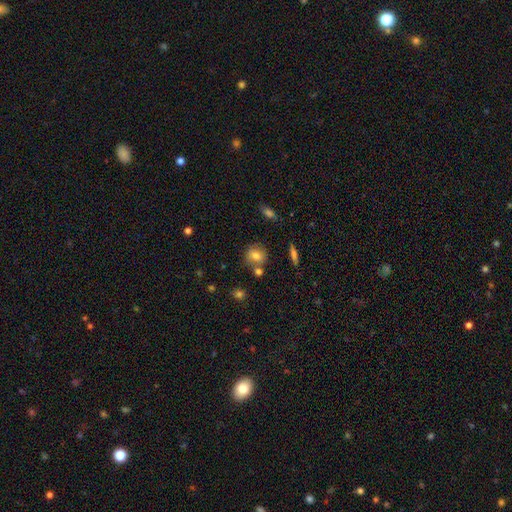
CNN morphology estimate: Overall: smooth (75%). How rounded: round (74%). Merging: none (68%).